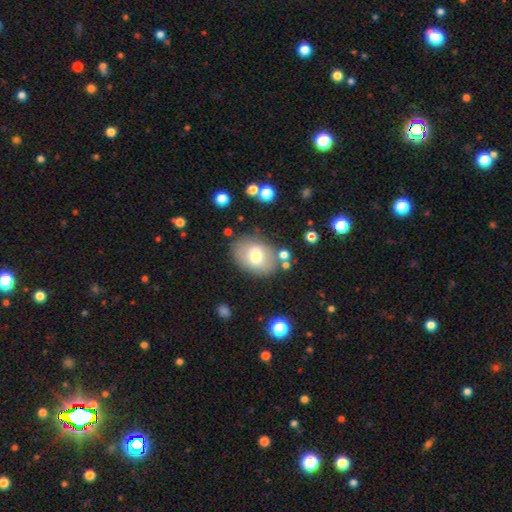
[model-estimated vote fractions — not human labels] This is likely a smooth galaxy (65%). How rounded: likely in between (71%). Merging: likely none (74%).